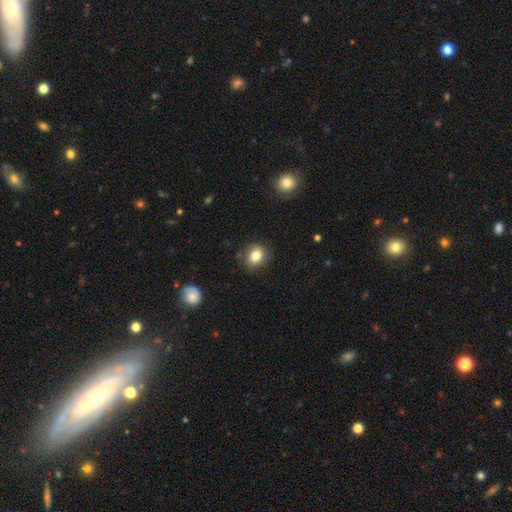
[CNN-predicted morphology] A smooth galaxy with no disk features (82%) that is round (59%).

Vote fractions:
- Smooth or featured? smooth: 82% / star or artifact: 10% / featured or disk: 8%
- How rounded? round: 59% / in between: 40% / cigar-shaped: 1%
- Merging? none: 85% / minor disturbance: 11% / major disturbance: 3% / merger: 2%